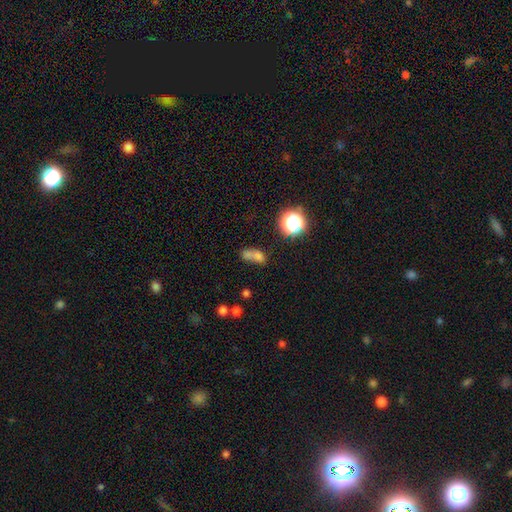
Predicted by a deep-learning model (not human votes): Smooth or featured?
  - smooth: 65% *
  - star or artifact: 19%
  - featured or disk: 16%
How rounded?
  - in between: 63% *
  - round: 28%
  - cigar-shaped: 9%
Merging?
  - merger: 41% *
  - none: 29%
  - minor disturbance: 15%
  - major disturbance: 15%